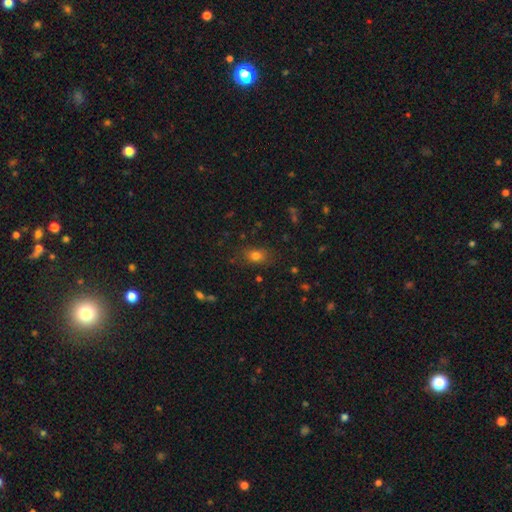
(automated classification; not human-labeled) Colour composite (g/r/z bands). It shows a smooth galaxy with no disk features (77%) that is in between round and cigar-shaped (68%). Merging: none (80%).